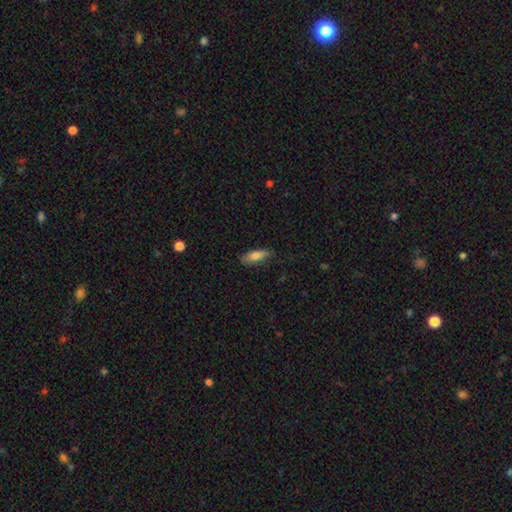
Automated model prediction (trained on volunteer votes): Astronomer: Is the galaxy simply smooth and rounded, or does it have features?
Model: smooth — 79%.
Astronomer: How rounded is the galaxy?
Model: in between — 58% (runner-up: cigar-shaped, 40%).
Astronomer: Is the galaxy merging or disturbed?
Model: none — 74%.